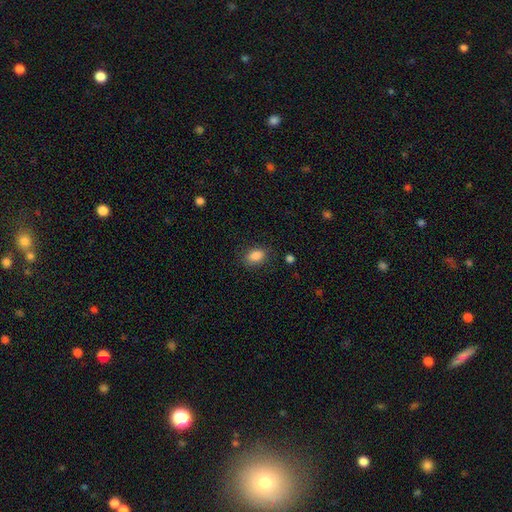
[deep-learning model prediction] Smooth or featured?
  - smooth: 87% *
  - star or artifact: 9%
  - featured or disk: 4%
How rounded?
  - in between: 82% *
  - round: 17%
  - cigar-shaped: 2%
Merging?
  - none: 83% *
  - minor disturbance: 12%
  - major disturbance: 4%
  - merger: 2%